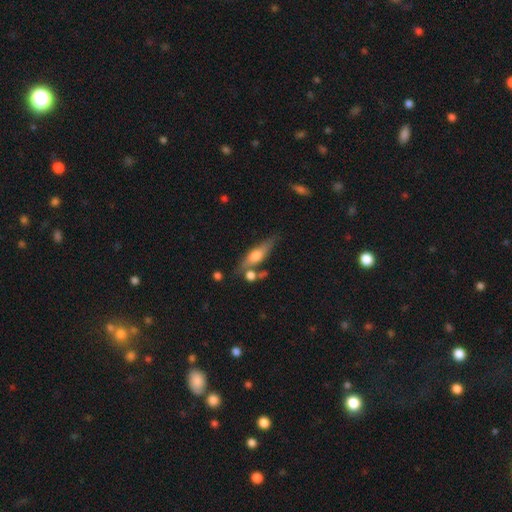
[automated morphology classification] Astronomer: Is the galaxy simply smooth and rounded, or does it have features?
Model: featured or disk — 48% (runner-up: smooth, 45%).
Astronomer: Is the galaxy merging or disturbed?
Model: none — 66%.